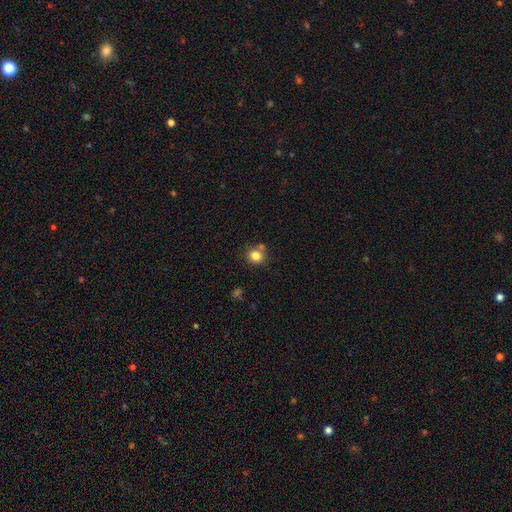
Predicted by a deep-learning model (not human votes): Overall: smooth (82%). How rounded: round (86%). Merging: none (70%).